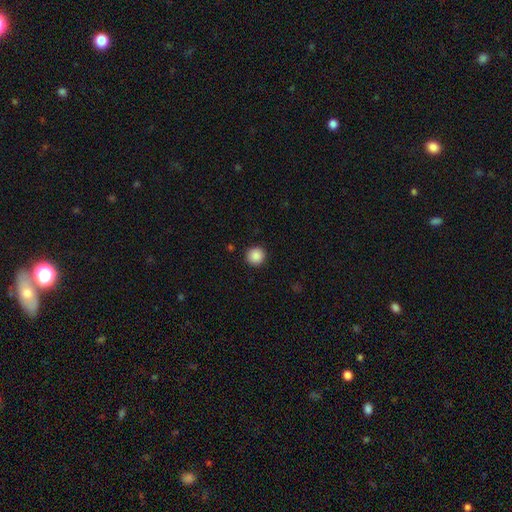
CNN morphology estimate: Smooth or featured: smooth — 89% (star or artifact — 9%)
How rounded: round — 95% (in between — 4%)
Merging: none — 92% (minor disturbance — 5%)